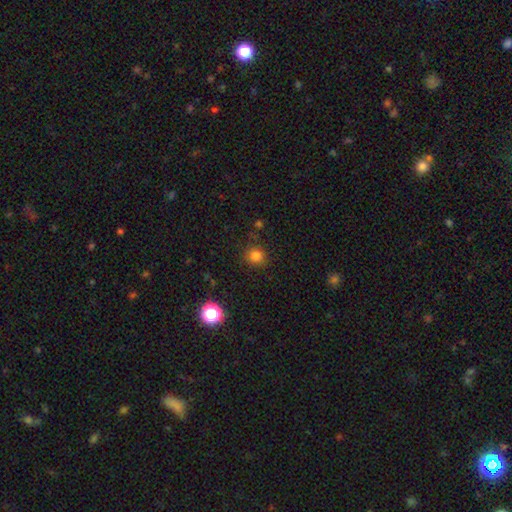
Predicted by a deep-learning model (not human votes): The model was most divided on "smooth or featured": smooth: 80%, star or artifact: 15%, featured or disk: 5%. More confident: how rounded — round (87%); merging — none (86%).